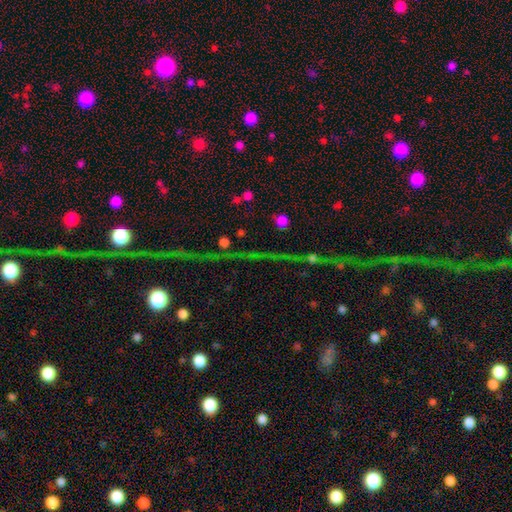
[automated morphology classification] Smooth or featured?
  - star or artifact: 76% *
  - smooth: 13%
  - featured or disk: 11%